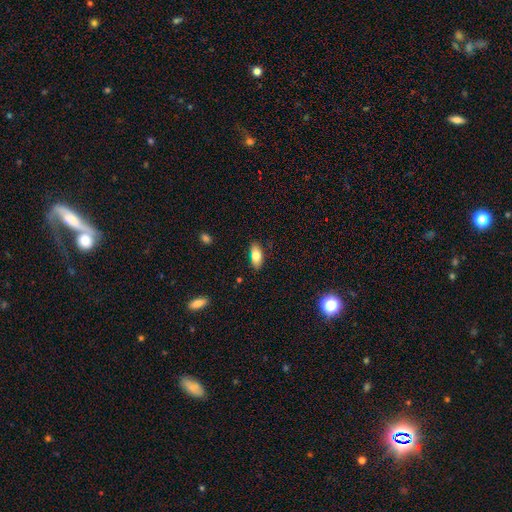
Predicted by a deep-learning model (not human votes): Smooth or featured? Predicted: smooth (p=0.81). How rounded? Predicted: in between (p=0.88). Merging? Predicted: none (p=0.84).